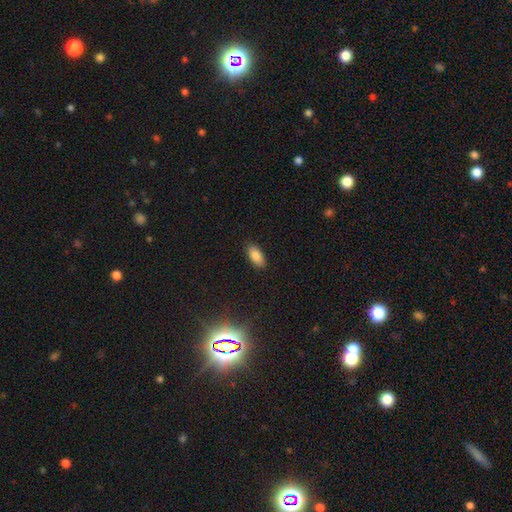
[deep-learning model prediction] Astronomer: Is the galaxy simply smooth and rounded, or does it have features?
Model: smooth — 86%.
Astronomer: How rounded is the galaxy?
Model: in between — 89%.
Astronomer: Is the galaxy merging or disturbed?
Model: none — 88%.